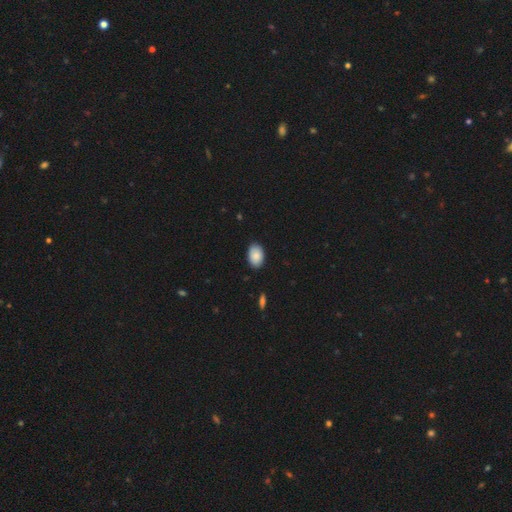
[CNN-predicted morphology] type=smooth (88%); roundness=in between (90%); merging=none (87%).